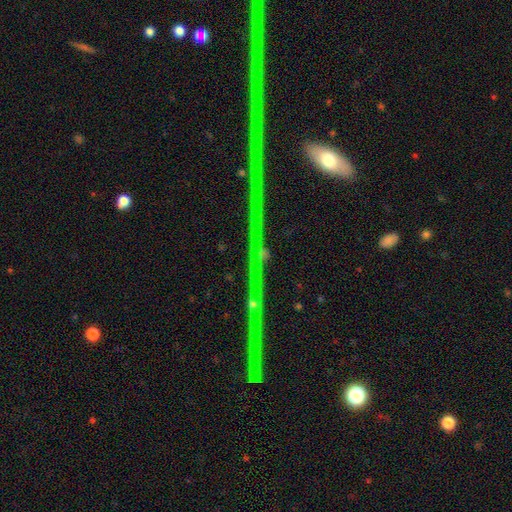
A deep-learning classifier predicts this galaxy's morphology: A star or artifact, not a galaxy (63%).